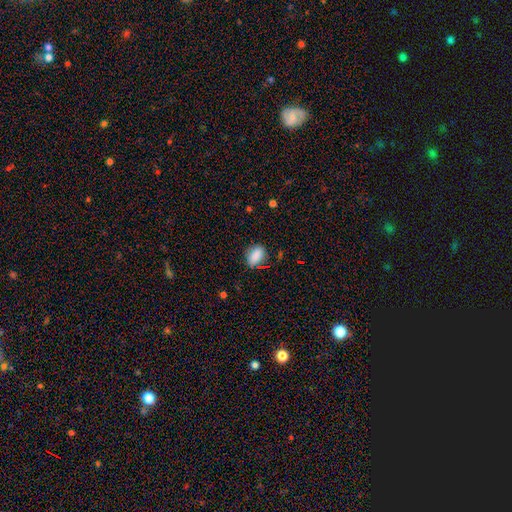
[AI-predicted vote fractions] Smooth or featured? smooth (87%)
How rounded? in between (84%)
Merging? none (76%)